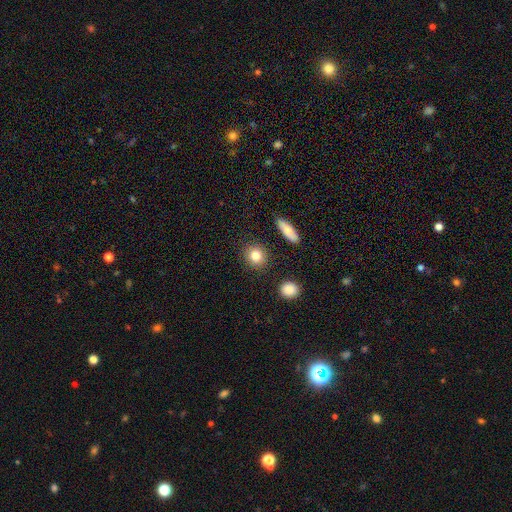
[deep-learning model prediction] A smooth galaxy with no disk features (83%) that is round (80%). Merging: none (87%).